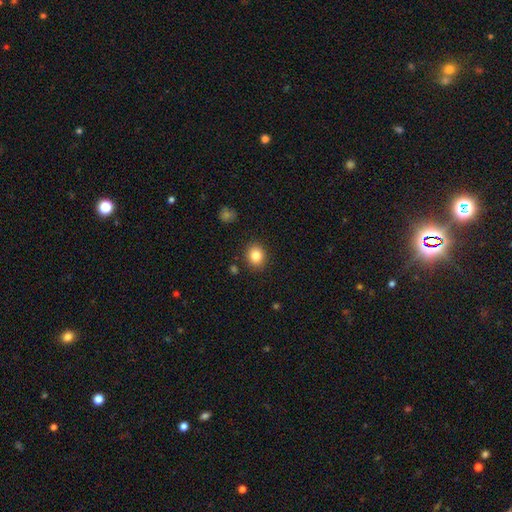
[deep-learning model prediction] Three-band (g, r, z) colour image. It shows a smooth galaxy with no disk features (83%) that is round (68%). Merging: none (88%).